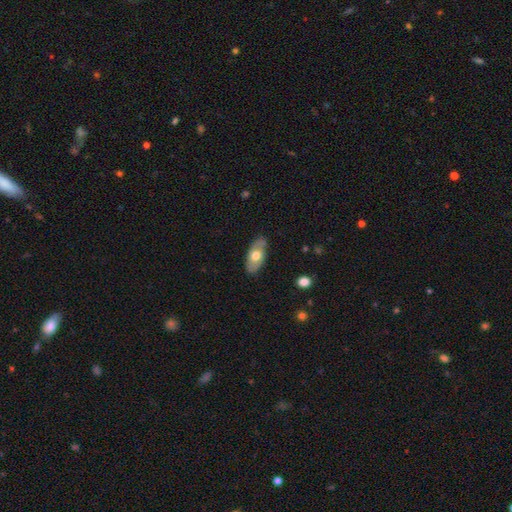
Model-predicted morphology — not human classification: Smooth or featured? Predicted: smooth (p=0.60). How rounded? Predicted: in between (p=0.91). Merging? Predicted: none (p=0.81).